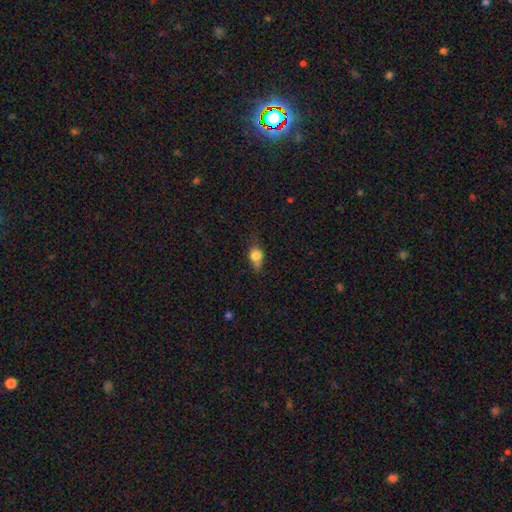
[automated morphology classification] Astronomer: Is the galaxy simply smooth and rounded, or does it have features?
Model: smooth — 74%.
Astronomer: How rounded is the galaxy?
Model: in between — 50% (runner-up: round, 44%).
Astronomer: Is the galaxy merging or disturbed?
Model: none — 45% (runner-up: minor disturbance, 32%).